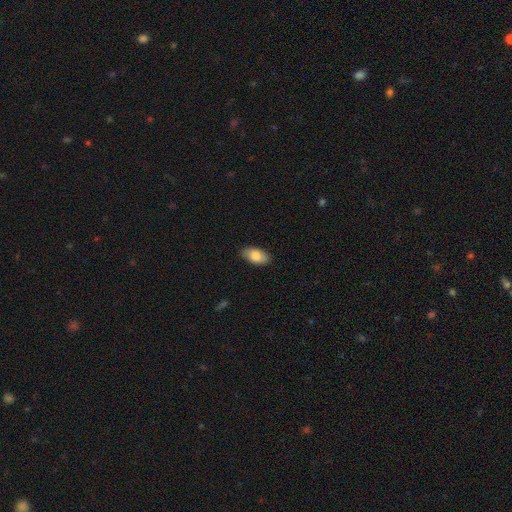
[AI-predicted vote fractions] Q: Smooth or featured?
A: smooth (82%); runner-up: featured or disk (12%)
Q: How rounded?
A: in between (94%); runner-up: round (4%)
Q: Merging?
A: none (86%); runner-up: minor disturbance (11%)